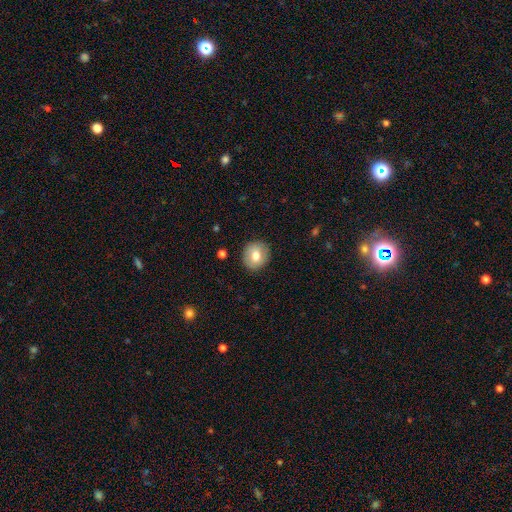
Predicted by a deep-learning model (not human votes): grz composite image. It shows a smooth galaxy with no disk features (74%) that is round (85%). Merging: none (89%).